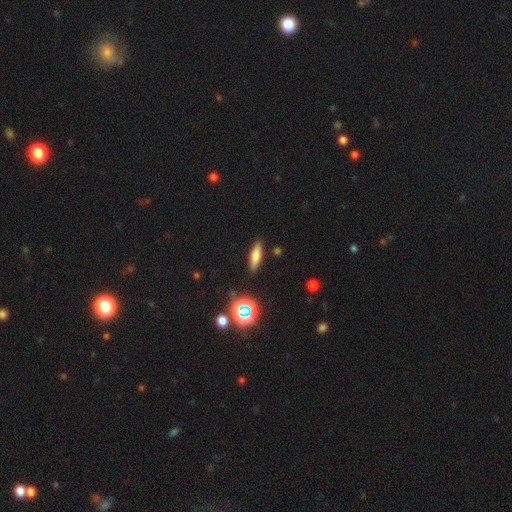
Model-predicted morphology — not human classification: smooth-or-featured: smooth: 67% | featured or disk: 21% | star or artifact: 13%
  how-rounded: cigar-shaped: 63% | in between: 33% | round: 4%
  merging: none: 88% | minor disturbance: 8% | major disturbance: 2% | merger: 2%